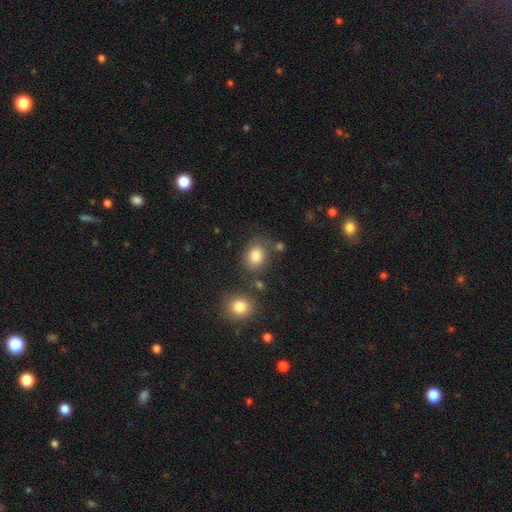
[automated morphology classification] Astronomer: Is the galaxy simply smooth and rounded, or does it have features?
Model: smooth — 84%.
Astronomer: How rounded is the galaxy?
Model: round — 51% (runner-up: in between, 48%).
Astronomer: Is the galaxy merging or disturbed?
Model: none — 71%.